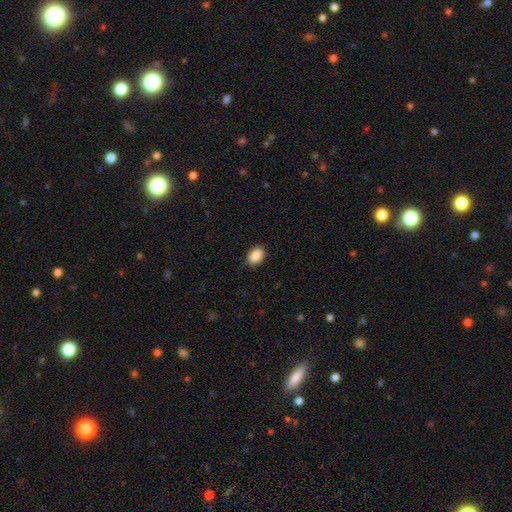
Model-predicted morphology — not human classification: This appears to be a smooth galaxy with no disk features (90%) that is in between round and cigar-shaped (84%). Merging: none (85%).